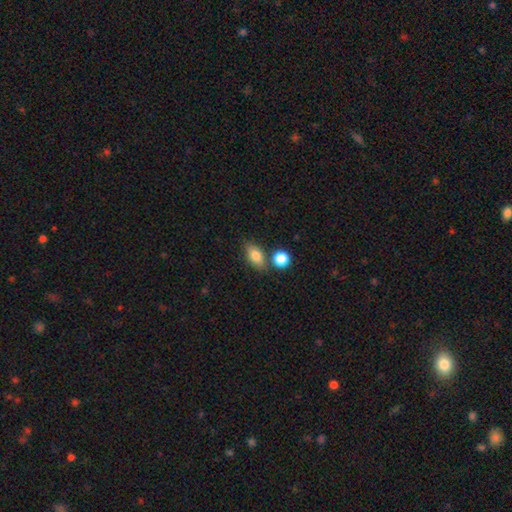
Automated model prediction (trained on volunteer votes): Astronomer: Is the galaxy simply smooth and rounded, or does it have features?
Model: smooth — 82%.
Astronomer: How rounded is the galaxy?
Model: in between — 82%.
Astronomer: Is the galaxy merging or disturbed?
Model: none — 68%.